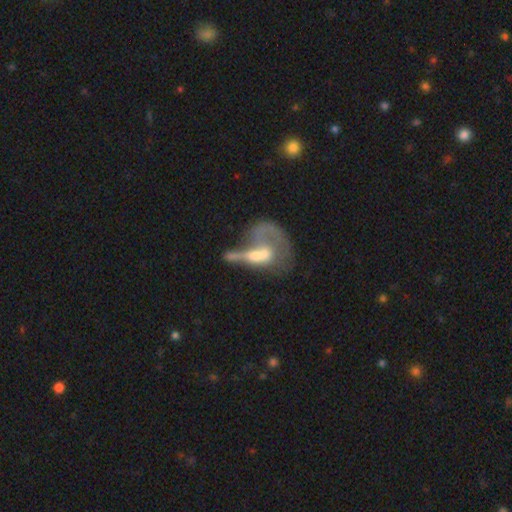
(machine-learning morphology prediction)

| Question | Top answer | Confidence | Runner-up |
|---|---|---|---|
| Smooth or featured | featured or disk | 57% | smooth (33%) |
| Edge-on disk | no | 88% | yes (12%) |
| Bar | no | 70% | weak (21%) |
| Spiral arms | no | 66% | yes (34%) |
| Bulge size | moderate | 43% | small (23%) |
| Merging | major disturbance | 40% | merger (34%) |